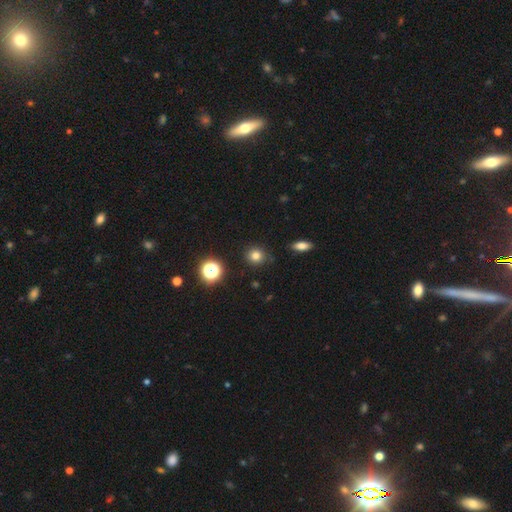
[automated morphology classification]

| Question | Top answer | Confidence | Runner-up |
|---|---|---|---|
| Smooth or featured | smooth | 79% | star or artifact (15%) |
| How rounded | round | 88% | in between (11%) |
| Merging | none | 87% | minor disturbance (9%) |